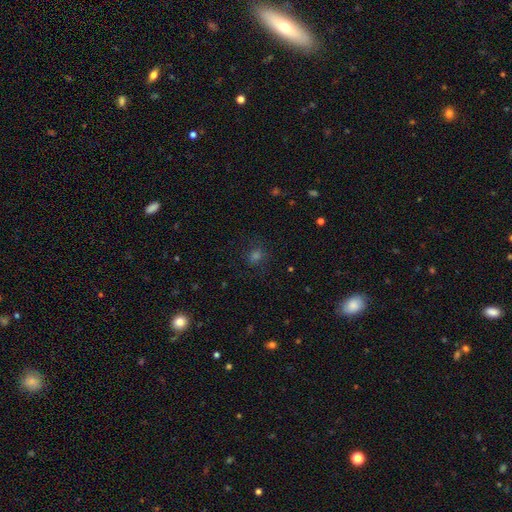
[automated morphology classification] The model was most divided on "smooth or featured": smooth: 56%, star or artifact: 35%, featured or disk: 9%. More confident: merging — none (82%); how rounded — round (82%).